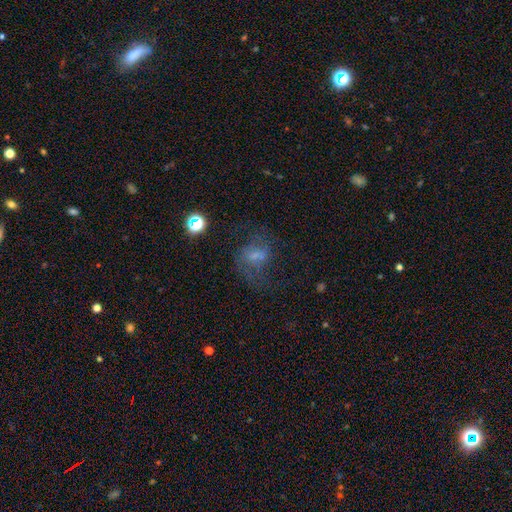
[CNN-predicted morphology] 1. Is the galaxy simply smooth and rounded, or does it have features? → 44% featured or disk, 37% smooth, 19% star or artifact.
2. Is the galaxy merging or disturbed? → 39% none, 33% major disturbance, 18% minor disturbance, 10% merger.